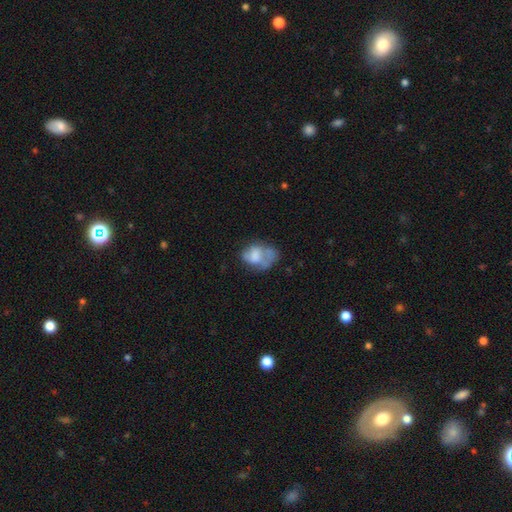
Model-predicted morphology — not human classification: smooth_or_featured: smooth (p=0.57) [alt: featured or disk p=0.34]
how_rounded: in between (p=0.74) [alt: round p=0.25]
merging: major disturbance (p=0.30) [alt: none p=0.27]